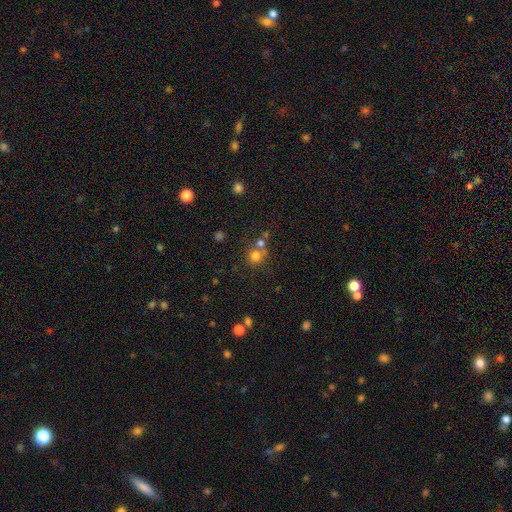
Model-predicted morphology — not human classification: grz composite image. It shows a smooth galaxy with no disk features (73%) that is round (88%). Merging: none (53%).